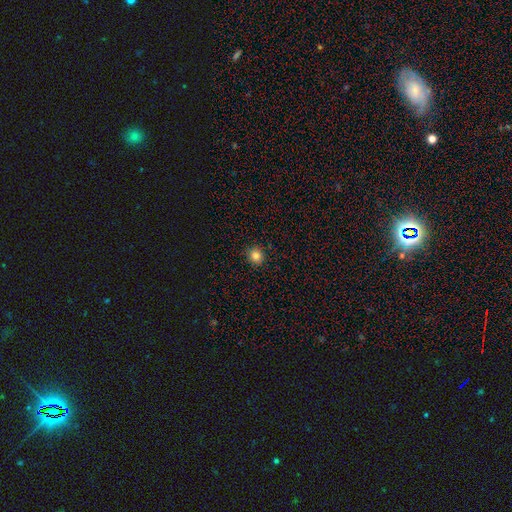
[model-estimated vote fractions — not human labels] A smooth galaxy with no disk features (84%) that is round (88%).

Vote fractions:
- Smooth or featured? smooth: 84% / star or artifact: 12% / featured or disk: 4%
- How rounded? round: 88% / in between: 11% / cigar-shaped: 1%
- Merging? none: 92% / minor disturbance: 6% / major disturbance: 2% / merger: 1%